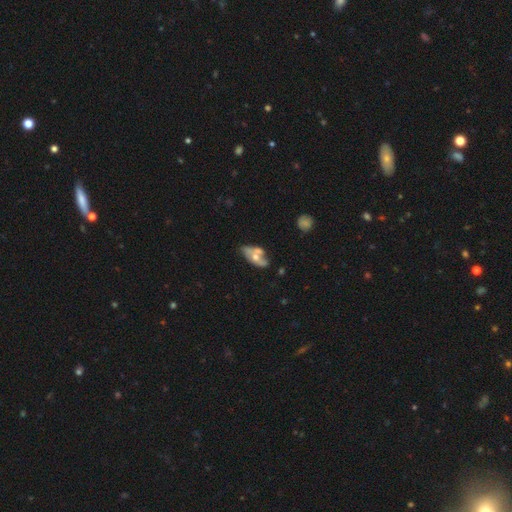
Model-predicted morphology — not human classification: The model was most divided on "merging": none: 36%, merger: 34%, minor disturbance: 20%, major disturbance: 10%. More confident: edge-on disk — no (81%); smooth or featured — featured or disk (53%).